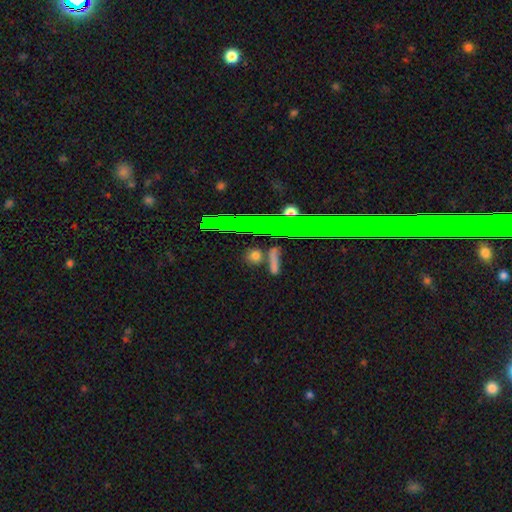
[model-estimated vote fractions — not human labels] A smooth galaxy with no disk features (58%) that is round (55%).

Vote fractions:
- Smooth or featured? smooth: 58% / star or artifact: 27% / featured or disk: 15%
- How rounded? round: 55% / in between: 25% / cigar-shaped: 20%
- Merging? none: 81% / minor disturbance: 10% / merger: 5% / major disturbance: 4%